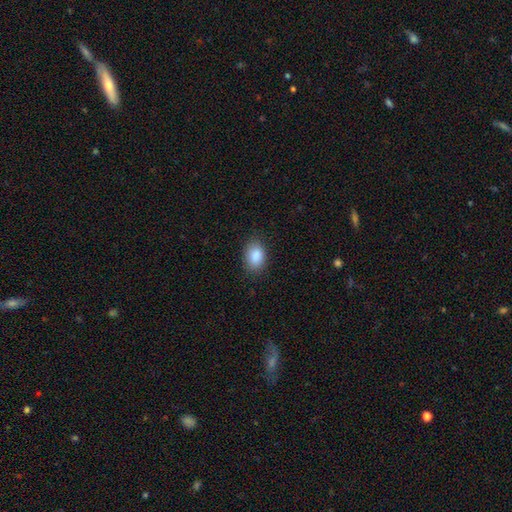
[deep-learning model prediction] smooth-or-featured: smooth: 89% | star or artifact: 7% | featured or disk: 4%
  how-rounded: in between: 85% | round: 14% | cigar-shaped: 1%
  merging: none: 84% | minor disturbance: 12% | major disturbance: 3% | merger: 1%